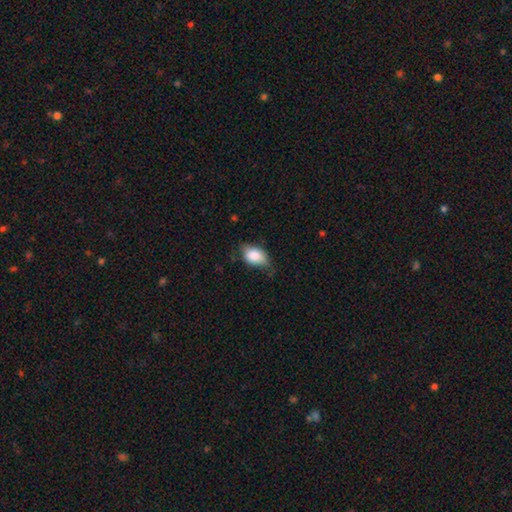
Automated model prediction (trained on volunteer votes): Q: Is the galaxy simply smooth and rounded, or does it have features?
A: smooth — 83%.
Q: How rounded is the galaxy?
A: in between — 88%.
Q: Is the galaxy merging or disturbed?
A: none — 54%.